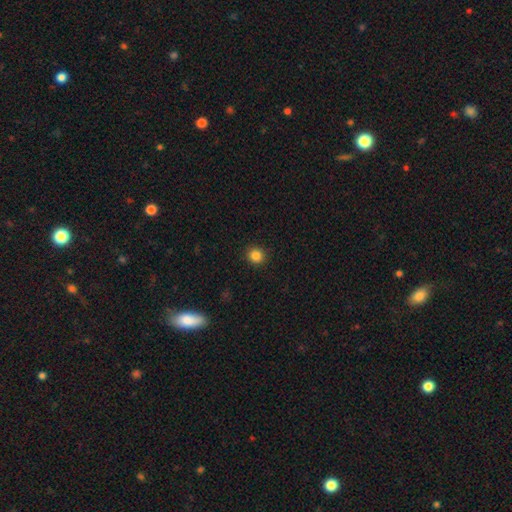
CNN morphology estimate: Overall: smooth (85%). How rounded: round (90%). Merging: none (92%).